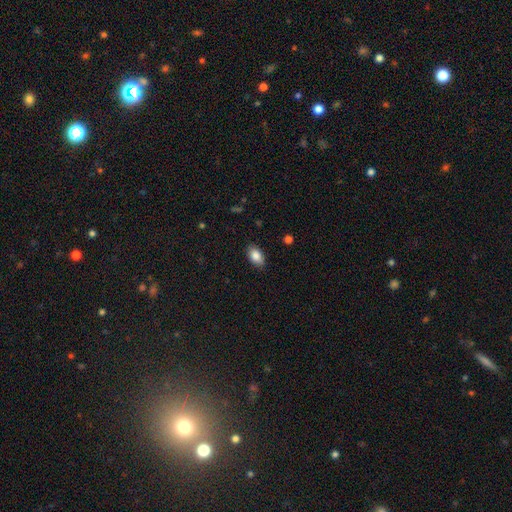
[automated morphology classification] This is clearly a smooth galaxy (86%). How rounded: clearly in between (90%). Merging: clearly none (85%).